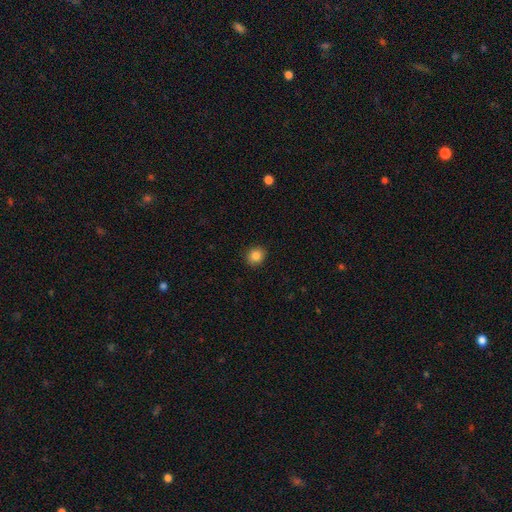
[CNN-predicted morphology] This is clearly a smooth galaxy (86%). How rounded: clearly round (84%). Merging: clearly none (91%).